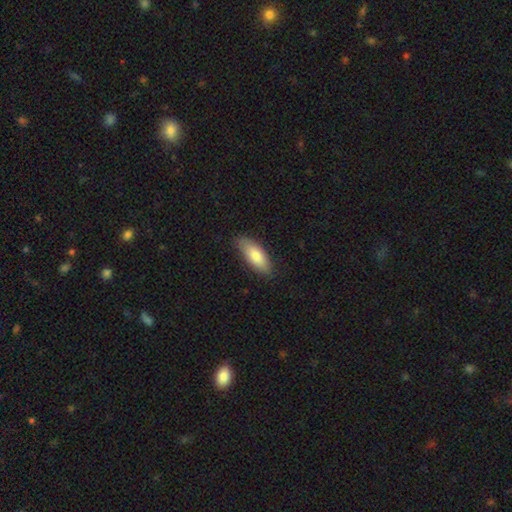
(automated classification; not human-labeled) A smooth galaxy with no disk features (81%) that is in between round and cigar-shaped (76%).

Vote fractions:
- Smooth or featured? smooth: 81% / featured or disk: 13% / star or artifact: 6%
- How rounded? in between: 76% / cigar-shaped: 22% / round: 2%
- Merging? none: 82% / minor disturbance: 14% / major disturbance: 2% / merger: 1%